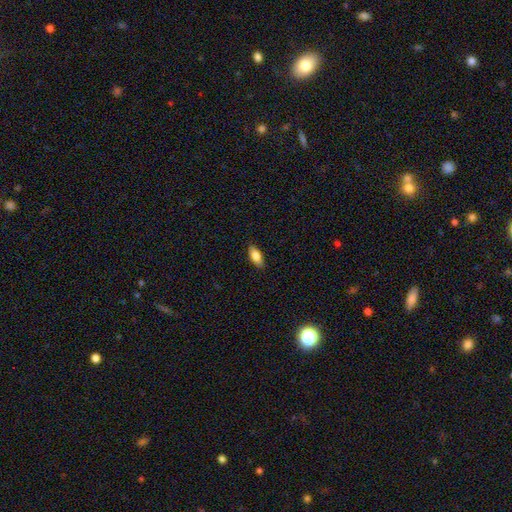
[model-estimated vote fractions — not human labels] Smooth or featured?
  - smooth: 80% *
  - featured or disk: 13%
  - star or artifact: 7%
How rounded?
  - in between: 83% *
  - cigar-shaped: 15%
  - round: 3%
Merging?
  - none: 88% *
  - minor disturbance: 10%
  - major disturbance: 2%
  - merger: 1%